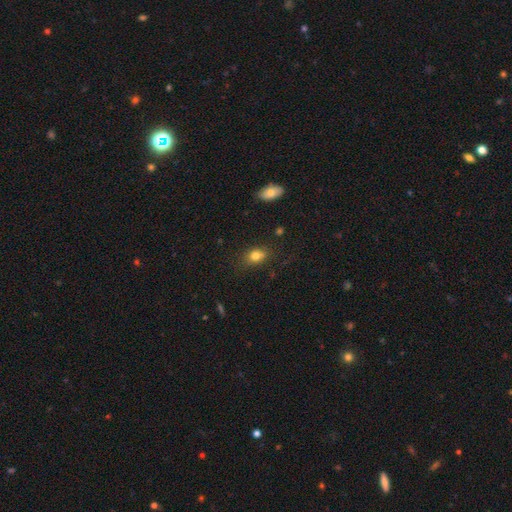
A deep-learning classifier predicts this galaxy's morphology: type=smooth (79%); roundness=in between (72%); merging=none (74%).